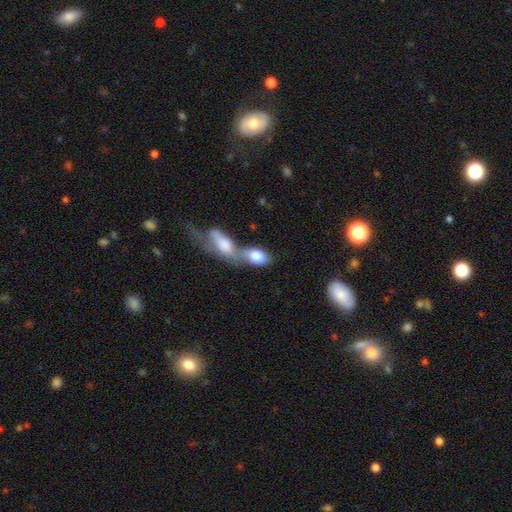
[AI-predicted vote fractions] Smooth or featured? smooth (75%)
How rounded? in between (87%)
Merging? merger (74%)